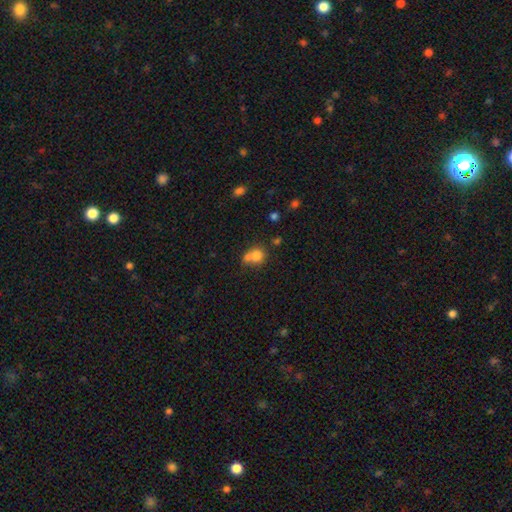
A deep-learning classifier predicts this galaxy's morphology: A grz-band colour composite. It shows a smooth galaxy with no disk features (77%) that is round (73%). Merging: merger (46%).